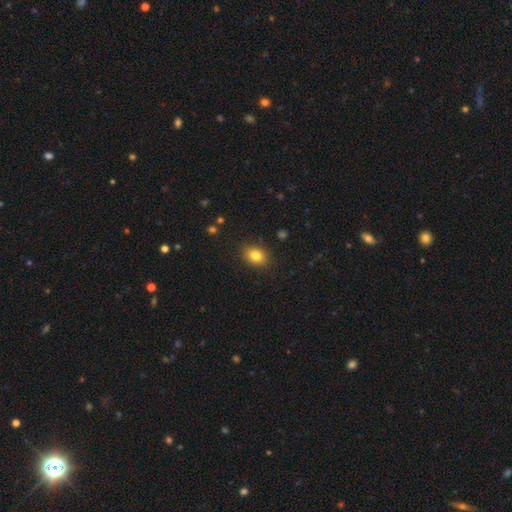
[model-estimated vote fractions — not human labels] smooth-or-featured: smooth: 81% | star or artifact: 10% | featured or disk: 9%
  how-rounded: in between: 68% | round: 31% | cigar-shaped: 1%
  merging: none: 87% | minor disturbance: 9% | major disturbance: 2% | merger: 1%